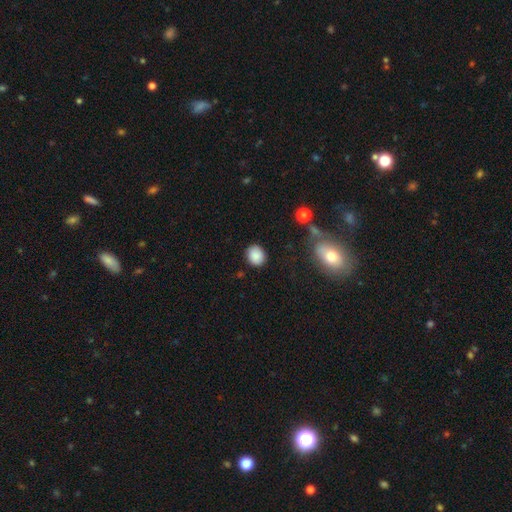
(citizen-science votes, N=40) Q: Smooth or featured?
A: smooth (92%); runner-up: star or artifact (5%)
Q: How rounded?
A: round (76%); runner-up: in between (24%)
Q: Merging?
A: none (95%); runner-up: minor disturbance (3%)